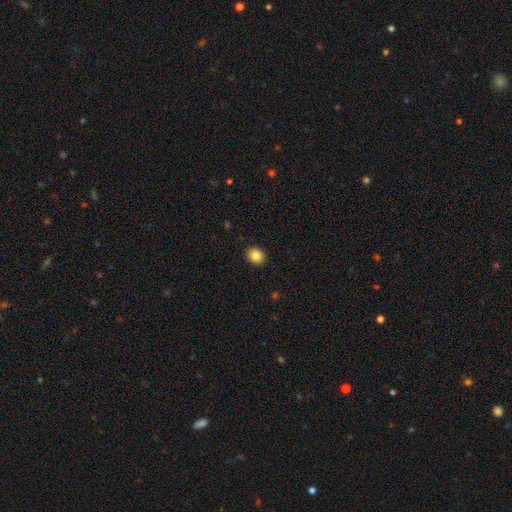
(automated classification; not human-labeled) smooth 87%, star or artifact 9%, featured or disk 4%. Down the decision tree: how rounded — round (57%); merging — none (91%).